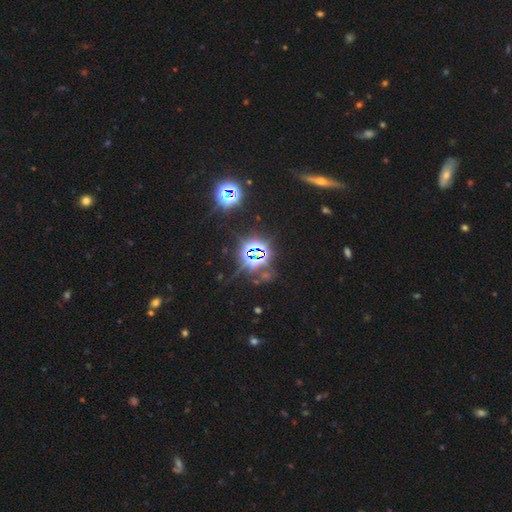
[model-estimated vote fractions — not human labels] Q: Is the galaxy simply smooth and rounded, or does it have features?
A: star or artifact — 83%.